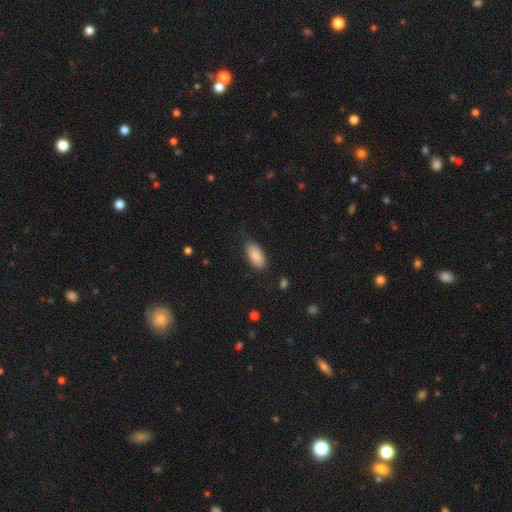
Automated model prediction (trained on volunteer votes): Q: Smooth or featured?
A: smooth (87%); runner-up: featured or disk (7%)
Q: How rounded?
A: in between (92%); runner-up: cigar-shaped (5%)
Q: Merging?
A: none (81%); runner-up: minor disturbance (15%)